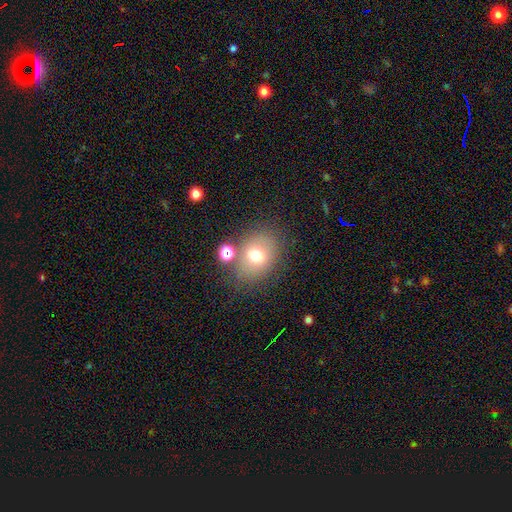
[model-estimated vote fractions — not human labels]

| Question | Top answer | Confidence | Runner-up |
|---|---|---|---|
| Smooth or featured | smooth | 69% | featured or disk (17%) |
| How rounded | in between | 54% | round (45%) |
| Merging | none | 70% | minor disturbance (14%) |